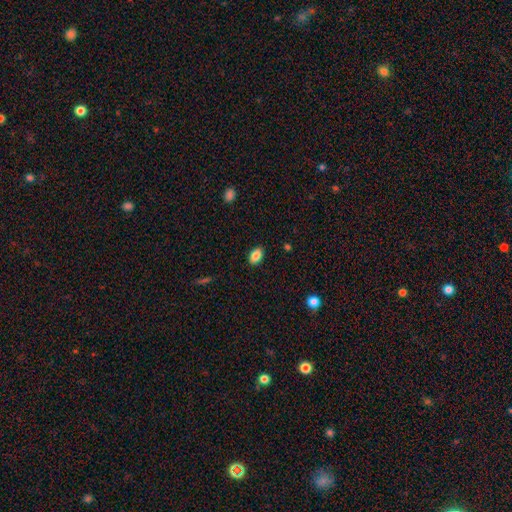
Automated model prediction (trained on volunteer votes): Morphology: type=smooth (86%); roundness=in between (89%); merging=none (88%).